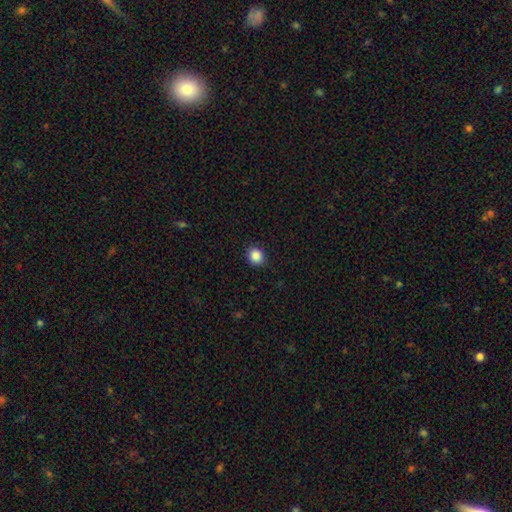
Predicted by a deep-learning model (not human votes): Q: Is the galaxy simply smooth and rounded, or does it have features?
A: smooth — 87%.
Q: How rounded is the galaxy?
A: round — 82%.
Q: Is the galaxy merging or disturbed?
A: none — 90%.